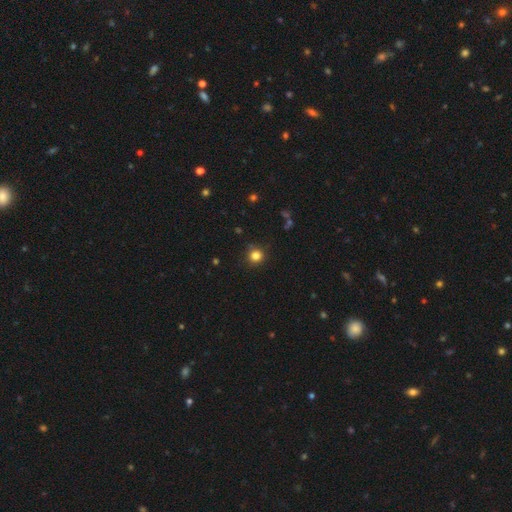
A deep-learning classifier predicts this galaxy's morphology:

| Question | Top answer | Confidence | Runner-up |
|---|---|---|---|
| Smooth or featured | smooth | 82% | star or artifact (13%) |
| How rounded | round | 92% | in between (7%) |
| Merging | none | 87% | minor disturbance (8%) |